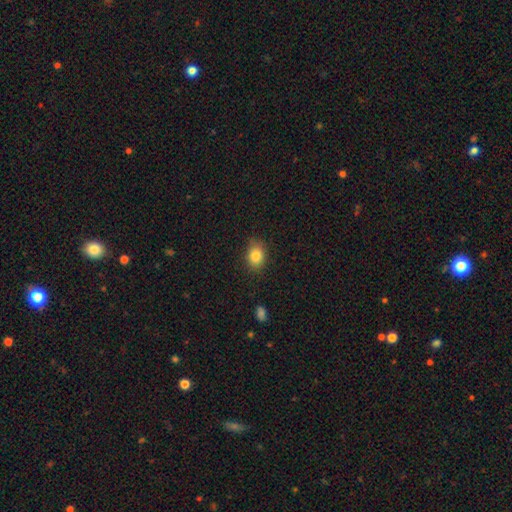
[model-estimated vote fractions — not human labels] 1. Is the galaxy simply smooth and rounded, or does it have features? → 85% smooth, 9% star or artifact, 6% featured or disk.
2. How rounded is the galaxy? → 62% in between, 37% round, 1% cigar-shaped.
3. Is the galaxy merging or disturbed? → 81% none, 15% minor disturbance, 3% major disturbance, 1% merger.